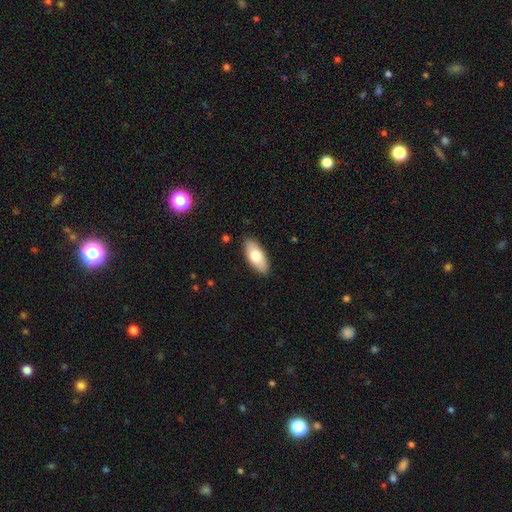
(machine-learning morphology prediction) This appears to be a smooth galaxy with no disk features (74%) that is in between round and cigar-shaped (87%). Merging: none (89%).